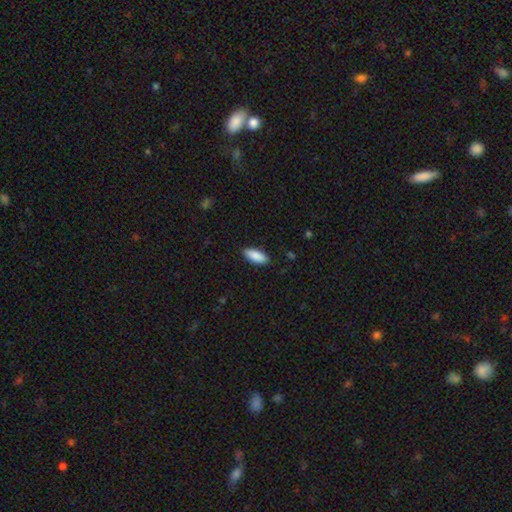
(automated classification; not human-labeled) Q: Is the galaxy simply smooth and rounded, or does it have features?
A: smooth — 89%.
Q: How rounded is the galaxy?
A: in between — 80%.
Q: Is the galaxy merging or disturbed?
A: none — 89%.